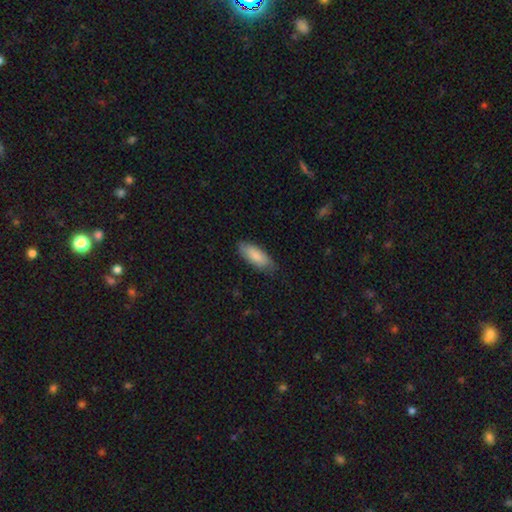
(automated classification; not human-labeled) The model was most divided on "merging": none: 76%, minor disturbance: 19%, major disturbance: 3%, merger: 1%. More confident: smooth or featured — smooth (86%); how rounded — in between (79%).